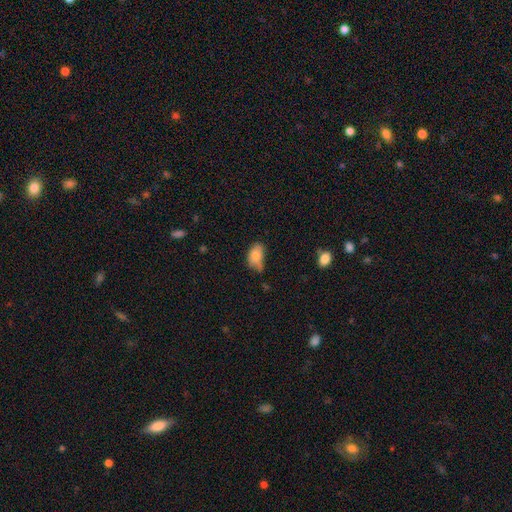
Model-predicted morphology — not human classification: This appears to be a smooth galaxy with no disk features (80%) that is in between round and cigar-shaped (87%). Merging: minor disturbance (43%).